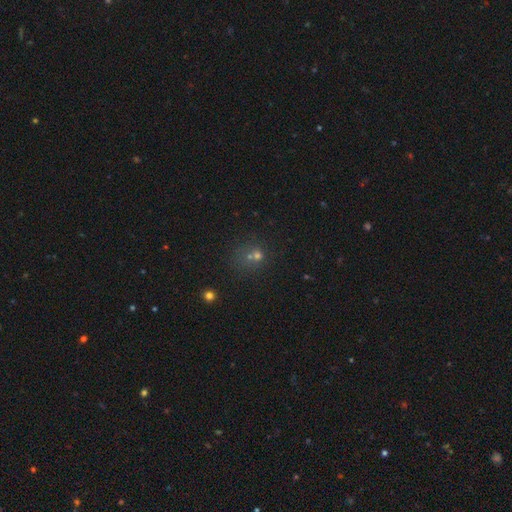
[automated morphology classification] Smooth or featured? Predicted: smooth (p=0.51). How rounded? Predicted: round (p=0.79). Merging? Predicted: none (p=0.47).